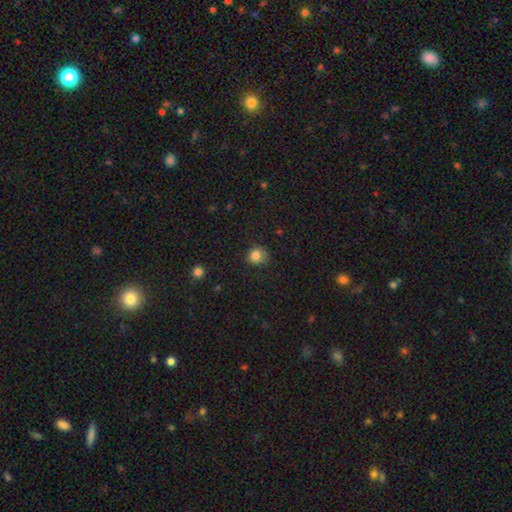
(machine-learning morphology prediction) smooth_or_featured: smooth (p=0.83) [alt: star or artifact p=0.11]
how_rounded: round (p=0.83) [alt: in between p=0.16]
merging: none (p=0.68) [alt: minor disturbance p=0.23]